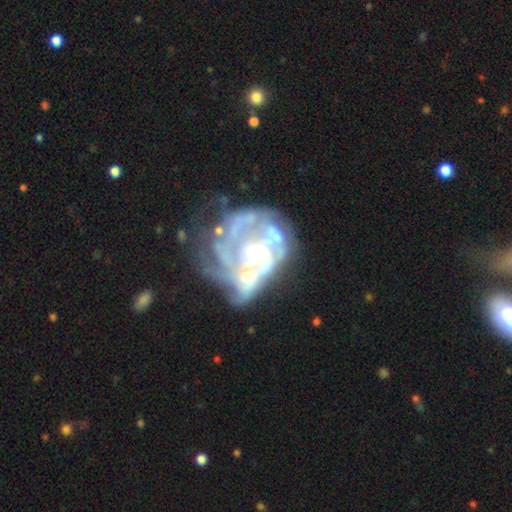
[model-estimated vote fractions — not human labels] A featured or disk galaxy (83%) with no bar (64%), tight (44%) spiral arms (69%) and a moderate central bulge (66%). Merging: major disturbance (32%).